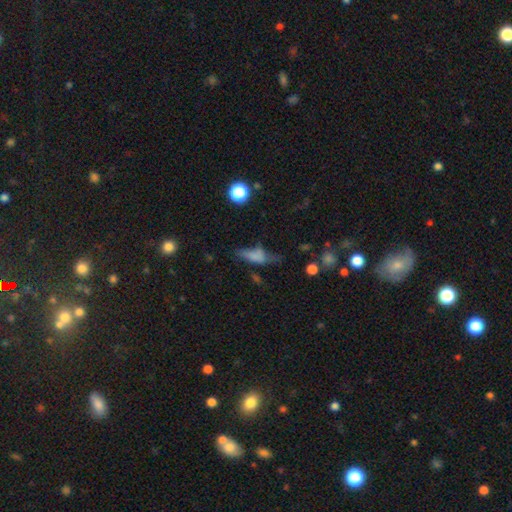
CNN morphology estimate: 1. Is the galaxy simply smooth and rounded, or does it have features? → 63% smooth, 24% featured or disk, 13% star or artifact.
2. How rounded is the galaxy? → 61% in between, 33% cigar-shaped, 6% round.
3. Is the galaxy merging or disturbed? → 38% none, 30% minor disturbance, 25% major disturbance, 7% merger.